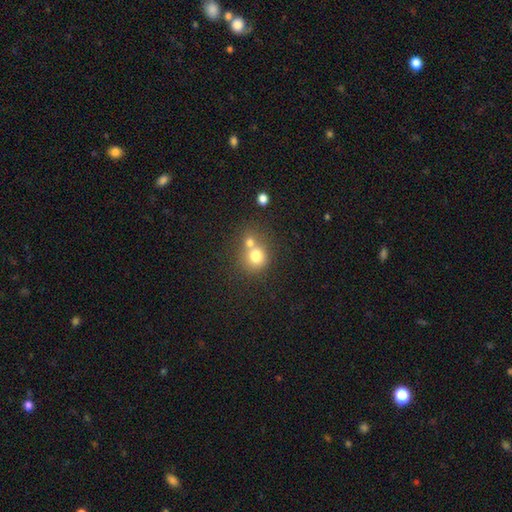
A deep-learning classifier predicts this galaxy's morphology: Smooth or featured? Predicted: smooth (p=0.74). How rounded? Predicted: round (p=0.82). Merging? Predicted: merger (p=0.50).